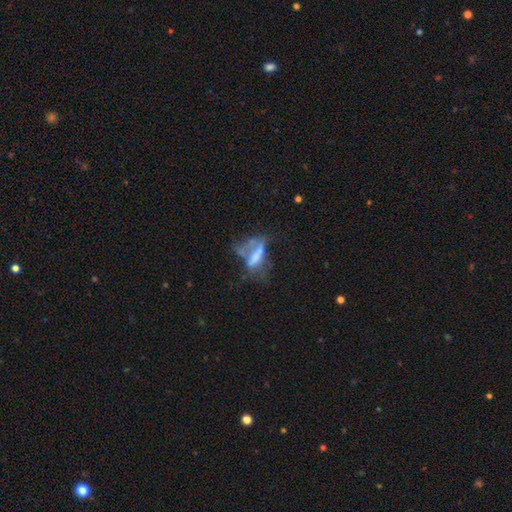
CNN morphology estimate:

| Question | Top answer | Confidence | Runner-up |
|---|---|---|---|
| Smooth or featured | featured or disk | 45% | smooth (42%) |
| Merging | major disturbance | 45% | none (21%) |